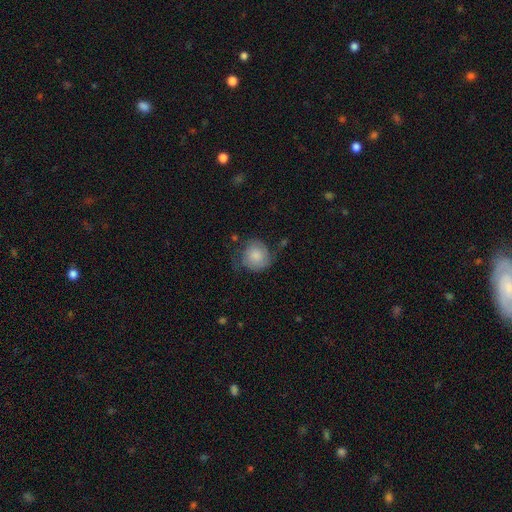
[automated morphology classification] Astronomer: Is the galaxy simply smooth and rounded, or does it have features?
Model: smooth — 56% (runner-up: featured or disk, 36%).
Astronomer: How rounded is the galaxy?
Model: round — 85%.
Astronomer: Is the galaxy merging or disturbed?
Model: none — 51% (runner-up: minor disturbance, 29%).